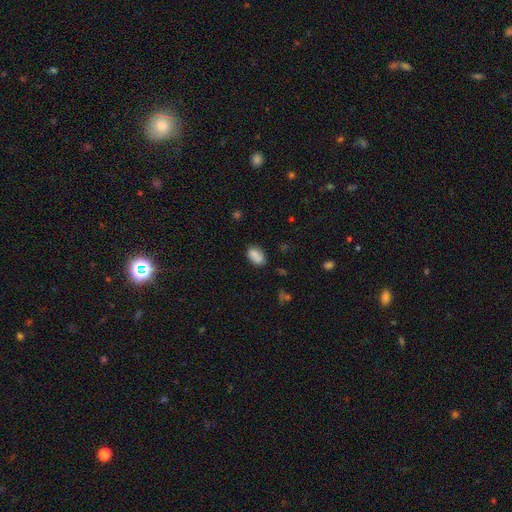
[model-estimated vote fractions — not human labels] A smooth galaxy with no disk features (86%) that is in between round and cigar-shaped (90%).

Vote fractions:
- Smooth or featured? smooth: 86% / star or artifact: 9% / featured or disk: 6%
- How rounded? in between: 90% / round: 8% / cigar-shaped: 2%
- Merging? none: 73% / minor disturbance: 19% / major disturbance: 4% / merger: 4%